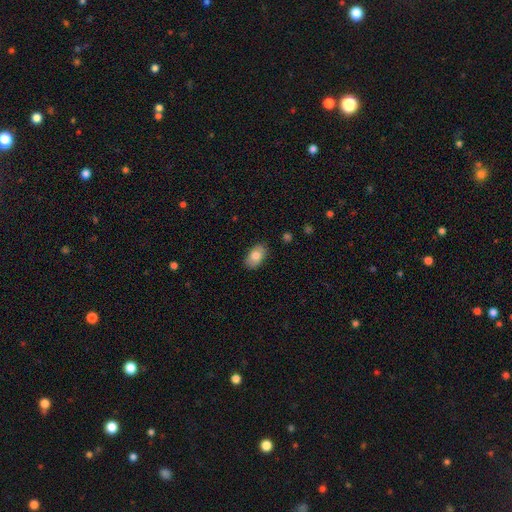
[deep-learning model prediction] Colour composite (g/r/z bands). It shows a smooth galaxy with no disk features (80%) that is in between round and cigar-shaped (91%). Merging: none (85%).